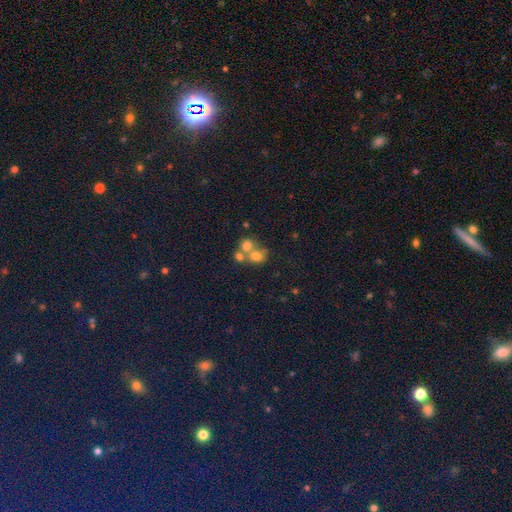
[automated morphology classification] The model was most divided on "merging": merger: 55%, none: 33%, minor disturbance: 7%, major disturbance: 5%. More confident: how rounded — round (69%); smooth or featured — smooth (67%).